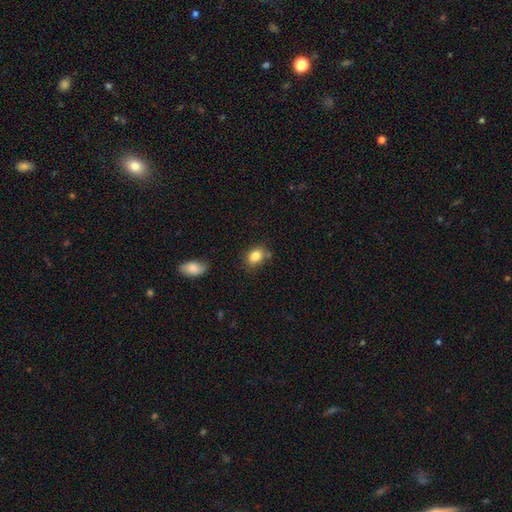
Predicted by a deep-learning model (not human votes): Q: Smooth or featured?
A: smooth (84%); runner-up: star or artifact (9%)
Q: How rounded?
A: in between (69%); runner-up: round (29%)
Q: Merging?
A: none (68%); runner-up: minor disturbance (20%)